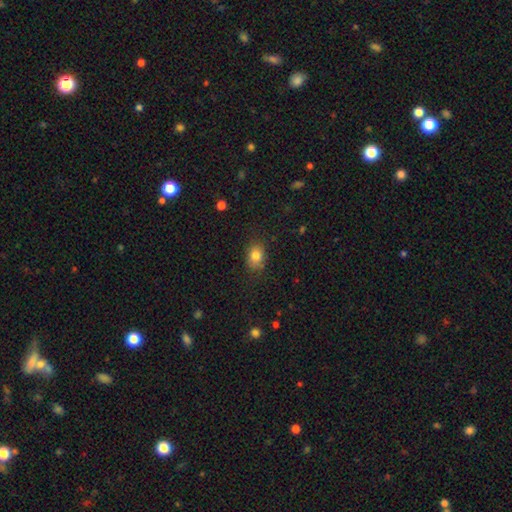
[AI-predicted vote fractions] Smooth or featured: smooth — 82% (star or artifact — 10%)
How rounded: in between — 59% (round — 40%)
Merging: none — 75% (minor disturbance — 19%)